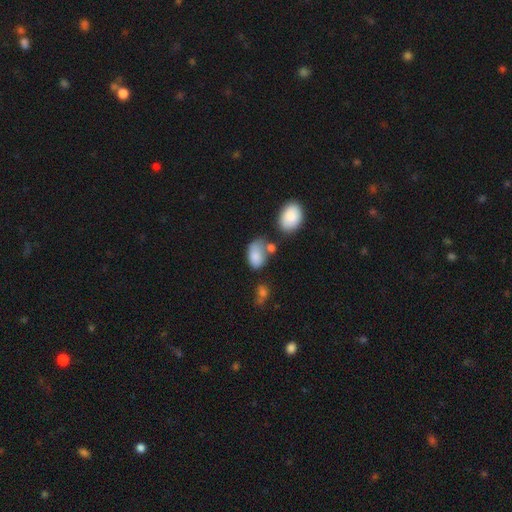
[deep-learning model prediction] Q: Smooth or featured?
A: smooth (80%); runner-up: featured or disk (11%)
Q: How rounded?
A: in between (88%); runner-up: round (10%)
Q: Merging?
A: none (39%); runner-up: minor disturbance (27%)